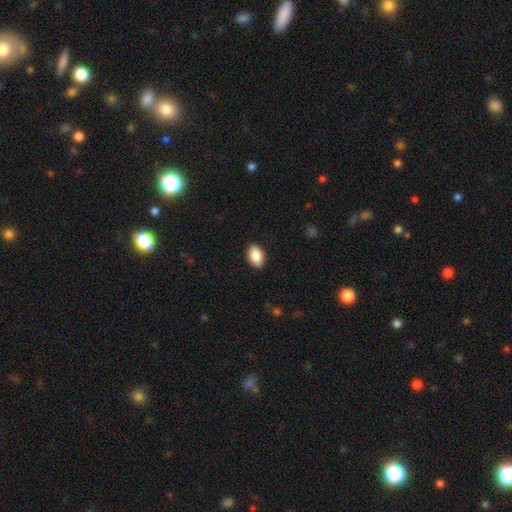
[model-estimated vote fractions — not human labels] Q: Smooth or featured?
A: smooth (88%); runner-up: star or artifact (7%)
Q: How rounded?
A: in between (90%); runner-up: round (9%)
Q: Merging?
A: none (89%); runner-up: minor disturbance (8%)